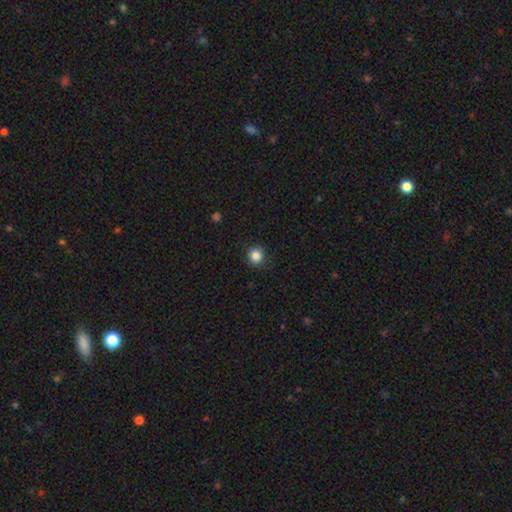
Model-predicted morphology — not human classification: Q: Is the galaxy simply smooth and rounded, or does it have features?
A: smooth — 85%.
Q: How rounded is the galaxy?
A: round — 92%.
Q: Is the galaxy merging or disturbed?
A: none — 90%.